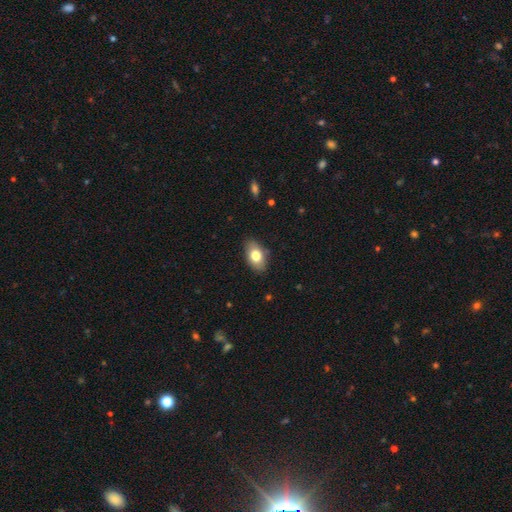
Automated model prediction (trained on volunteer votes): Smooth or featured?
  - smooth: 77% *
  - featured or disk: 16%
  - star or artifact: 7%
How rounded?
  - in between: 90% *
  - round: 8%
  - cigar-shaped: 2%
Merging?
  - none: 84% *
  - minor disturbance: 12%
  - major disturbance: 2%
  - merger: 1%